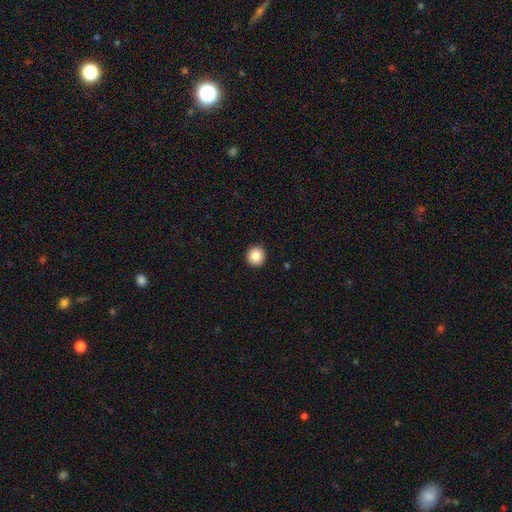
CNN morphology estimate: Q: Smooth or featured?
A: smooth (86%); runner-up: star or artifact (9%)
Q: How rounded?
A: round (93%); runner-up: in between (6%)
Q: Merging?
A: none (93%); runner-up: minor disturbance (5%)